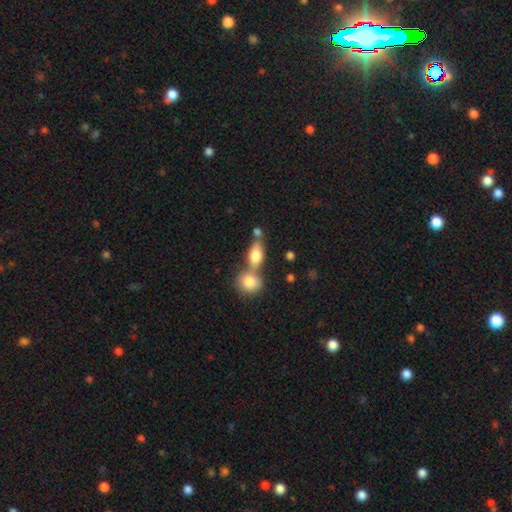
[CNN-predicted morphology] A smooth galaxy with no disk features (74%) that is in between round and cigar-shaped (72%). Merging: merger (48%).